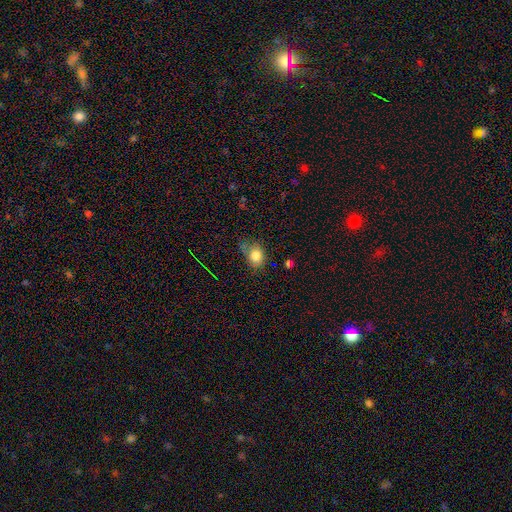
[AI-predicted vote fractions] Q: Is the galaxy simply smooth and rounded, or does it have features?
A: smooth — 80%.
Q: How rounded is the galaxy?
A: in between — 54%.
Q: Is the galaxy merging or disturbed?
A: none — 61%.